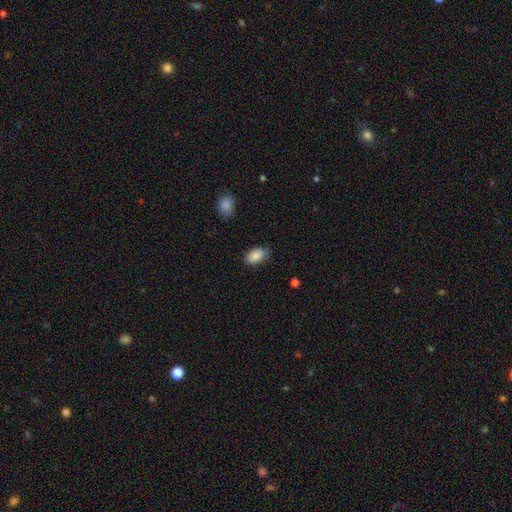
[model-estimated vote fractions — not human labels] smooth_or_featured: smooth (p=0.88) [alt: star or artifact p=0.07]
how_rounded: in between (p=0.92) [alt: round p=0.06]
merging: none (p=0.79) [alt: minor disturbance p=0.17]